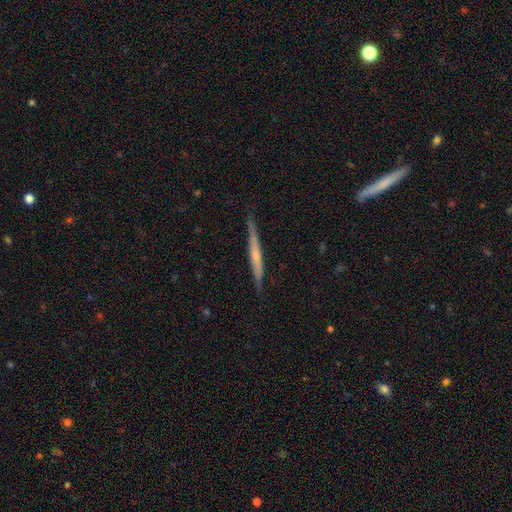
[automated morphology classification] A featured or disk galaxy (58%) viewed edge-on (96%) with no central bulge (55%). Merging: none (85%).